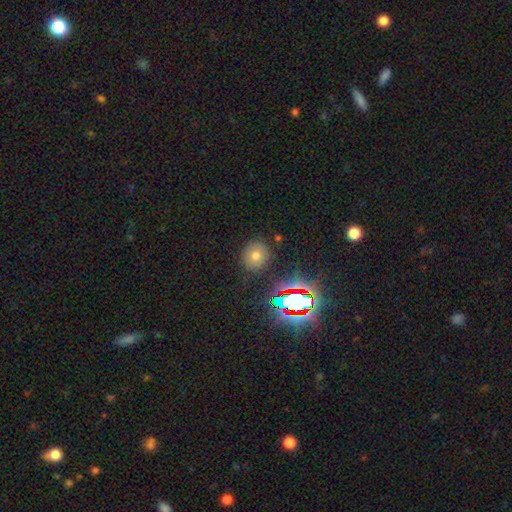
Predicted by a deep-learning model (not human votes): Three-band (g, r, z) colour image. It shows a smooth galaxy with no disk features (65%) that is round (82%). Merging: none (87%).